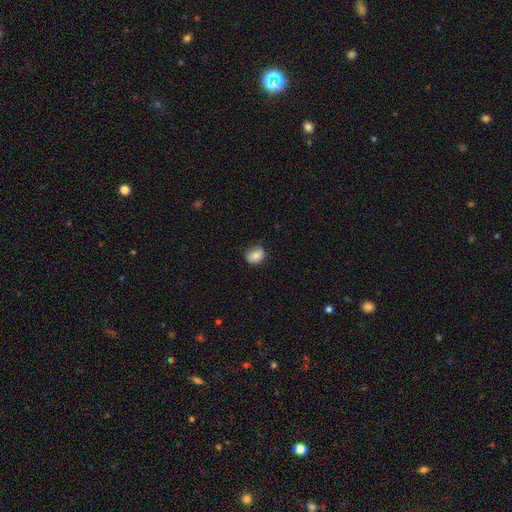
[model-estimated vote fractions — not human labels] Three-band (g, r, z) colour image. It shows a smooth galaxy with no disk features (83%) that is round (52%). Merging: none (73%).